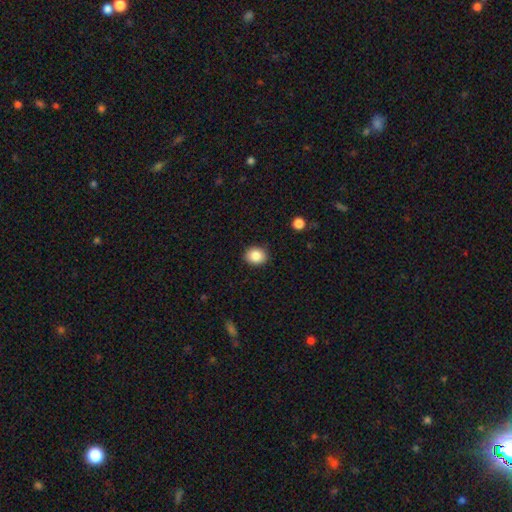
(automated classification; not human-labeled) The model was most divided on "how rounded": round: 57%, in between: 43%, cigar-shaped: 1%. More confident: merging — none (89%); smooth or featured — smooth (86%).